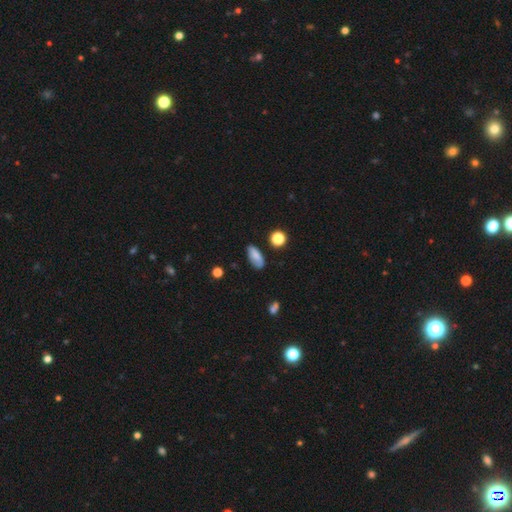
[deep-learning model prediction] A smooth galaxy with no disk features (79%) that is in between round and cigar-shaped (82%).

Vote fractions:
- Smooth or featured? smooth: 79% / featured or disk: 12% / star or artifact: 9%
- How rounded? in between: 82% / cigar-shaped: 14% / round: 4%
- Merging? none: 77% / minor disturbance: 17% / major disturbance: 4% / merger: 2%